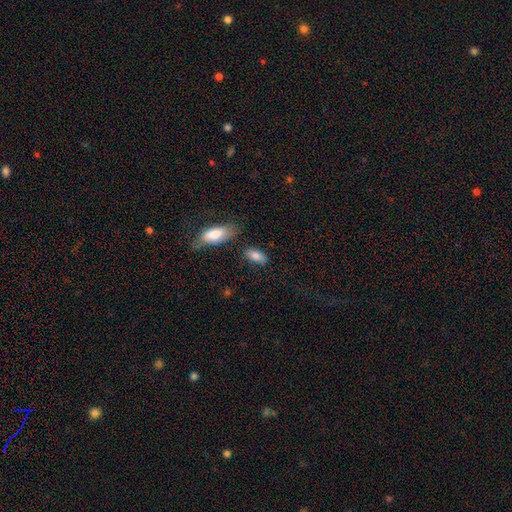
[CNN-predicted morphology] smooth_or_featured: smooth (p=0.83) [alt: featured or disk p=0.09]
how_rounded: in between (p=0.88) [alt: cigar-shaped p=0.08]
merging: none (p=0.75) [alt: minor disturbance p=0.16]